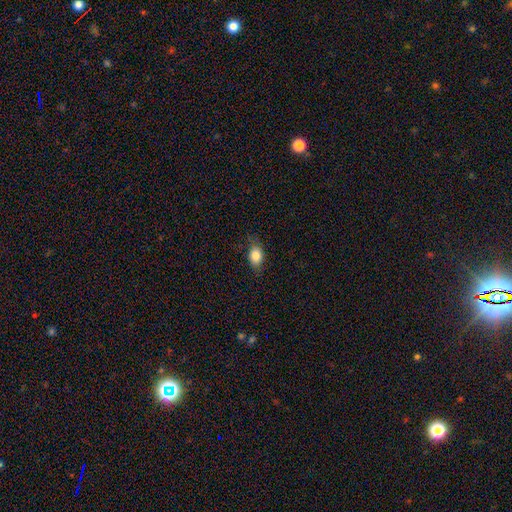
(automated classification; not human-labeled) This appears to be a smooth galaxy with no disk features (83%) that is in between round and cigar-shaped (79%). Merging: none (74%).